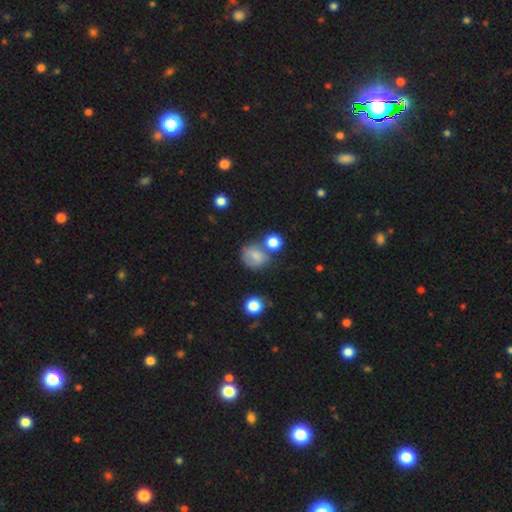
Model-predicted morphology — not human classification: A smooth galaxy with no disk features (70%) that is round (69%).

Vote fractions:
- Smooth or featured? smooth: 70% / featured or disk: 18% / star or artifact: 12%
- How rounded? round: 69% / in between: 30% / cigar-shaped: 1%
- Merging? none: 50% / merger: 22% / minor disturbance: 20% / major disturbance: 9%